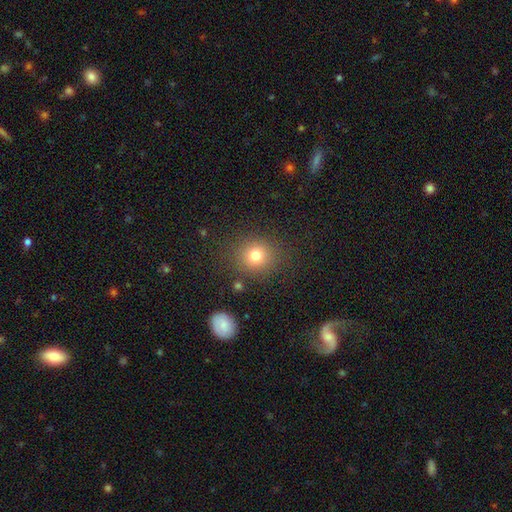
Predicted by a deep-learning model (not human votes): smooth-or-featured: smooth: 78% | star or artifact: 14% | featured or disk: 8%
  how-rounded: round: 83% | in between: 16% | cigar-shaped: 1%
  merging: none: 84% | minor disturbance: 9% | major disturbance: 4% | merger: 3%